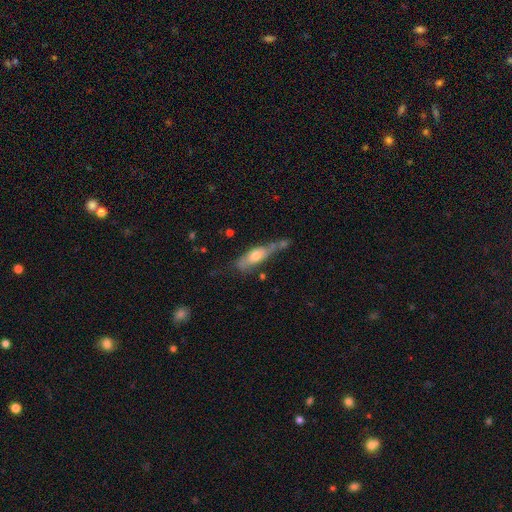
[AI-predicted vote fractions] Smooth or featured: smooth — 54% (featured or disk — 39%)
How rounded: in between — 50% (cigar-shaped — 47%)
Merging: none — 36% (minor disturbance — 26%)